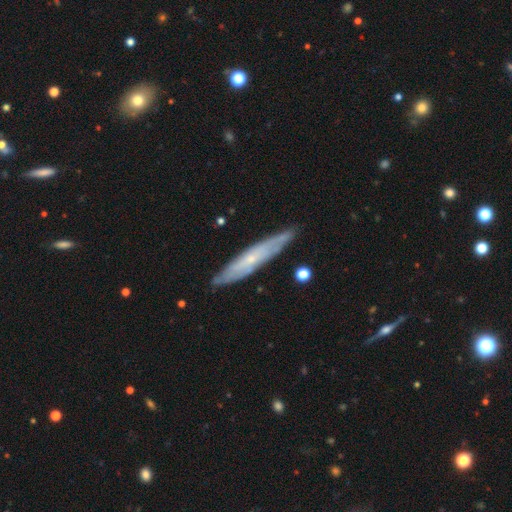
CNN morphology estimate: A featured or disk galaxy (61%) viewed edge-on (66%).

Vote fractions:
- Smooth or featured? featured or disk: 61% / smooth: 32% / star or artifact: 7%
- Edge-on disk? yes: 66% / no: 34%
- Merging? none: 84% / minor disturbance: 12% / major disturbance: 2% / merger: 2%